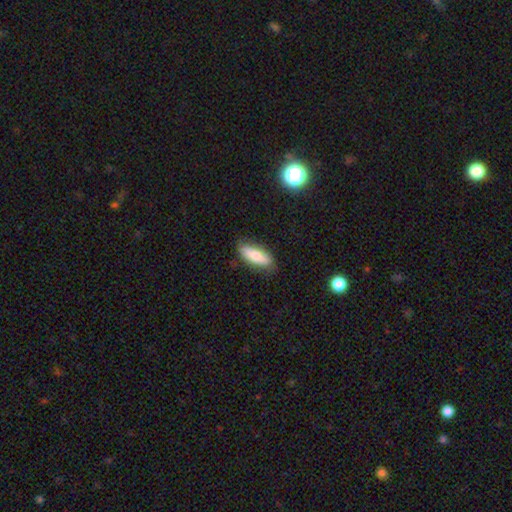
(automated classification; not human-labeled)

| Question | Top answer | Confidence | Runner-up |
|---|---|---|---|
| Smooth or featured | smooth | 77% | featured or disk (16%) |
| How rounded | in between | 66% | cigar-shaped (32%) |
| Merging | none | 81% | minor disturbance (15%) |